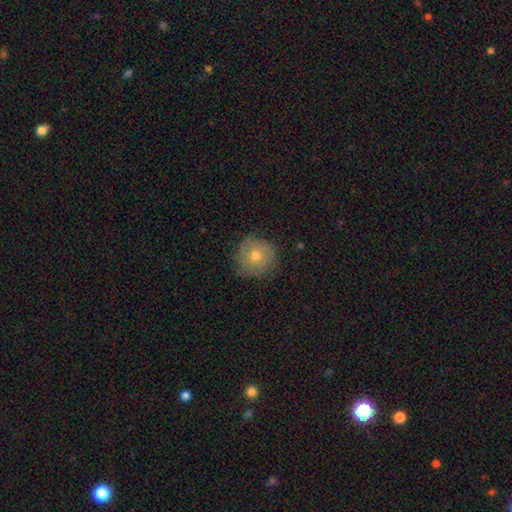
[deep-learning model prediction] smooth-or-featured: smooth: 65% | featured or disk: 25% | star or artifact: 11%
  how-rounded: round: 94% | in between: 5% | cigar-shaped: 1%
  merging: none: 79% | minor disturbance: 16% | major disturbance: 4% | merger: 1%